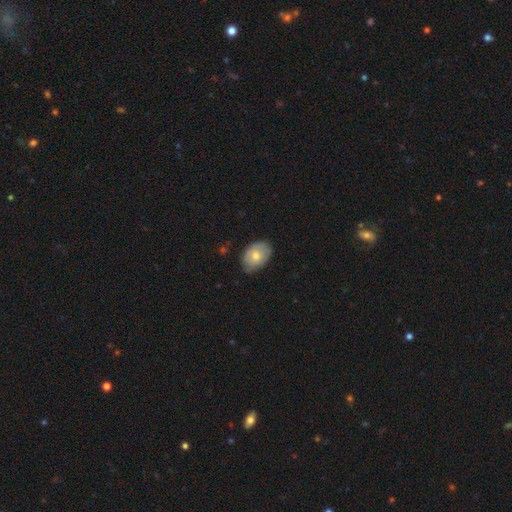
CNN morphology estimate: Smooth or featured? Predicted: smooth (p=0.69). How rounded? Predicted: in between (p=0.81). Merging? Predicted: none (p=0.73).